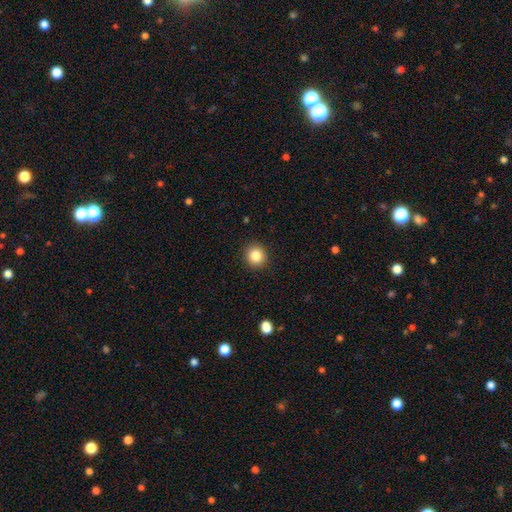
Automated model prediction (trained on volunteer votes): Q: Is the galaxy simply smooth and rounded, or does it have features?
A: smooth — 85%.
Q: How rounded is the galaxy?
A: round — 90%.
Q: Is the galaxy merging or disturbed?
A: none — 92%.